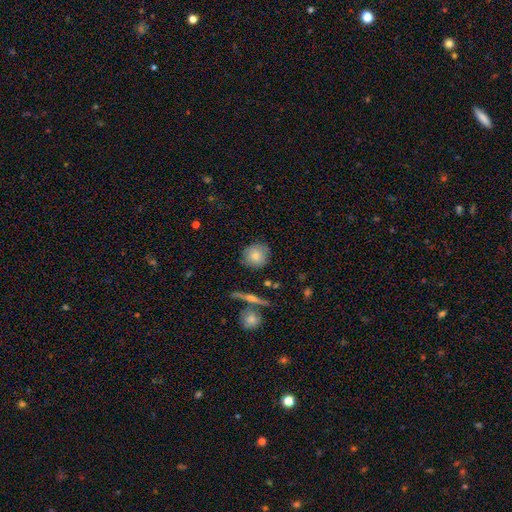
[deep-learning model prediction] This appears to be a smooth galaxy with no disk features (76%) that is round (89%). Merging: none (81%).